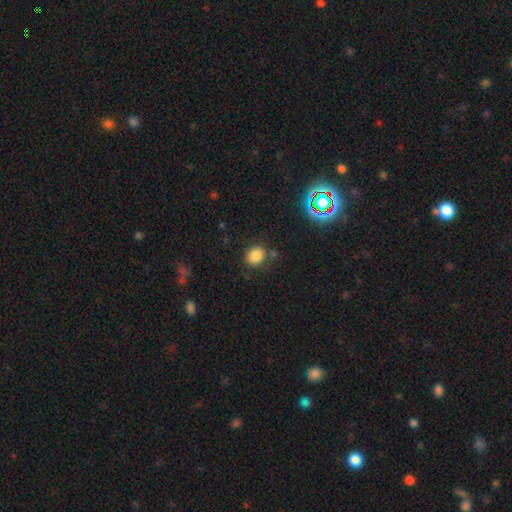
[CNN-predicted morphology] This is clearly a smooth galaxy (83%). How rounded: possibly round (60%). Merging: likely none (78%).